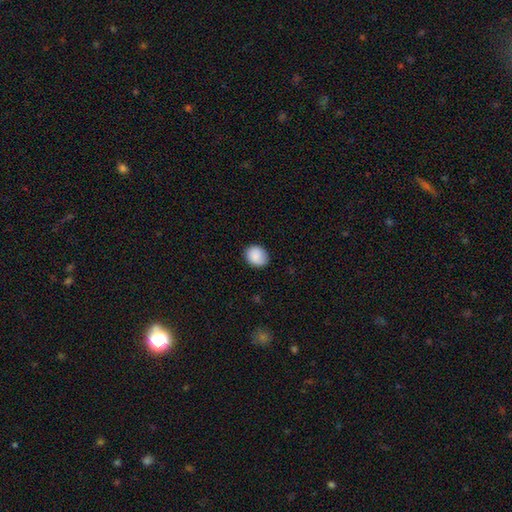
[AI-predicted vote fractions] smooth 89%, star or artifact 7%, featured or disk 4%. Down the decision tree: how rounded — round (65%); merging — none (84%).